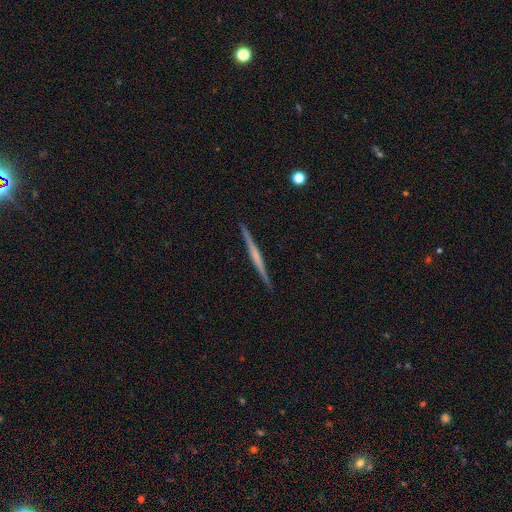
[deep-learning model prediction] Smooth or featured? featured or disk (65%)
Edge-on disk? yes (98%)
Edge-on bulge? none (65%)
Merging? none (92%)